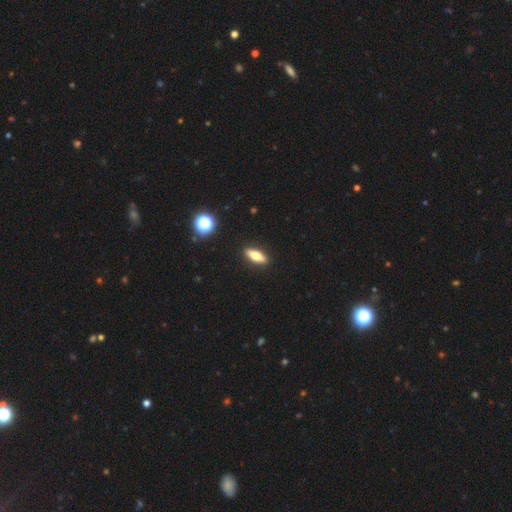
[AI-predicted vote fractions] Smooth or featured: smooth — 60% (featured or disk — 31%)
How rounded: in between — 52% (cigar-shaped — 44%)
Merging: none — 90% (minor disturbance — 6%)